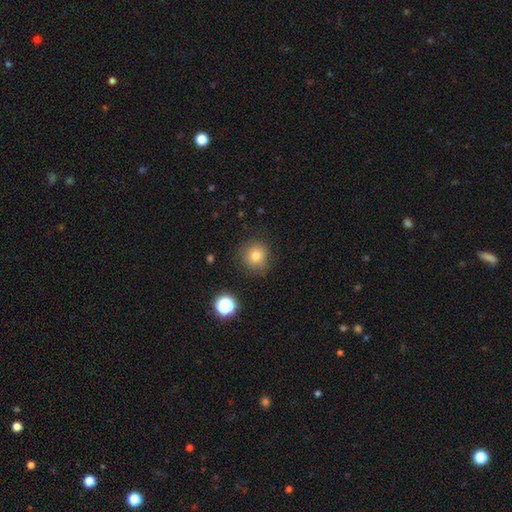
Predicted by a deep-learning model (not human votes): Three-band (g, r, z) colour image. It shows a smooth galaxy with no disk features (79%) that is round (91%). Merging: none (84%).